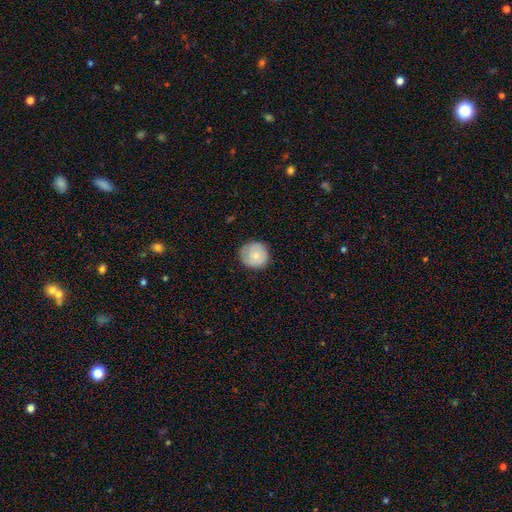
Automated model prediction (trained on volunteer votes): Smooth or featured? Predicted: smooth (p=0.76). How rounded? Predicted: round (p=0.93). Merging? Predicted: none (p=0.82).